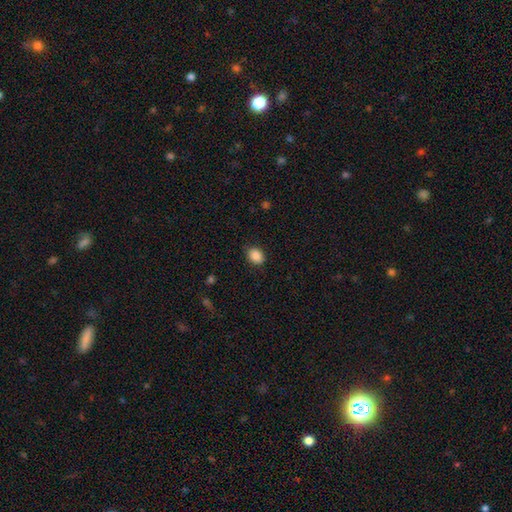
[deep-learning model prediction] Smooth or featured? smooth (88%)
How rounded? in between (69%)
Merging? none (85%)